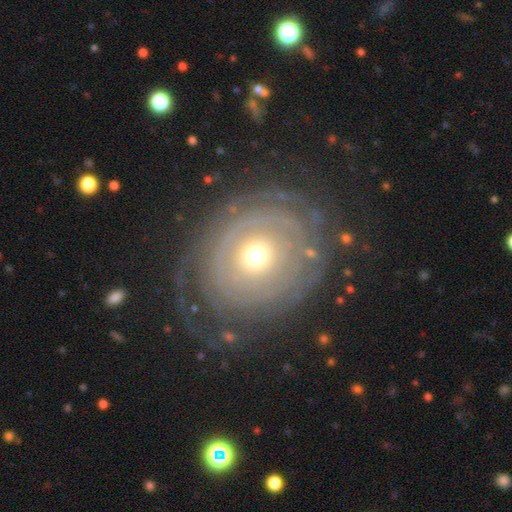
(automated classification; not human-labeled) featured or disk 75%, smooth 18%, star or artifact 7%. Down the decision tree: edge-on disk — no (96%); bar — no (87%); spiral arms — yes (69%); bulge size — moderate (51%); merging — none (69%).